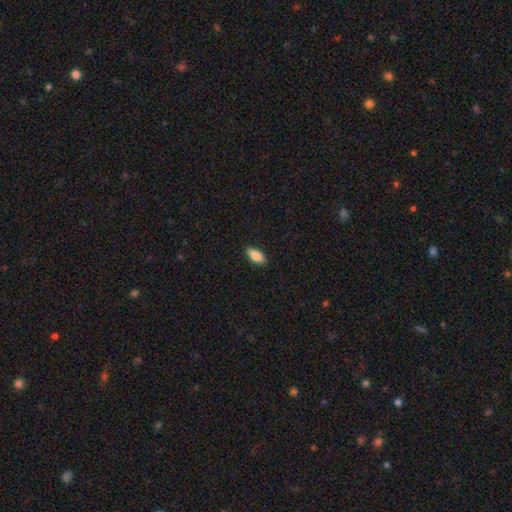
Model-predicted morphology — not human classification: This is clearly a smooth galaxy (87%). How rounded: clearly in between (87%). Merging: clearly none (89%).